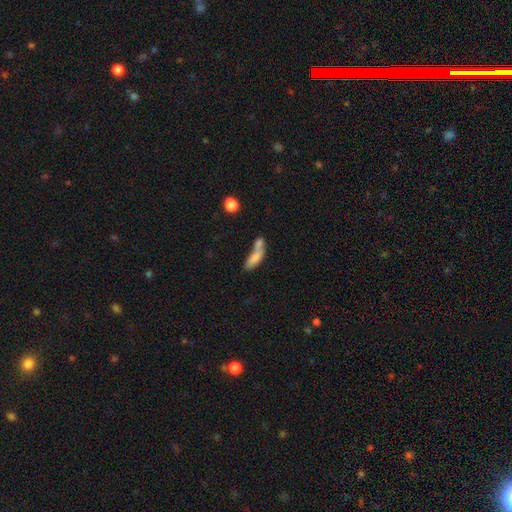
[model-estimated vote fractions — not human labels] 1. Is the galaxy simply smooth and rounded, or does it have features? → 75% smooth, 17% featured or disk, 8% star or artifact.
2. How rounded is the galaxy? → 53% in between, 44% cigar-shaped, 3% round.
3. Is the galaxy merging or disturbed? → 56% merger, 24% none, 12% minor disturbance, 8% major disturbance.